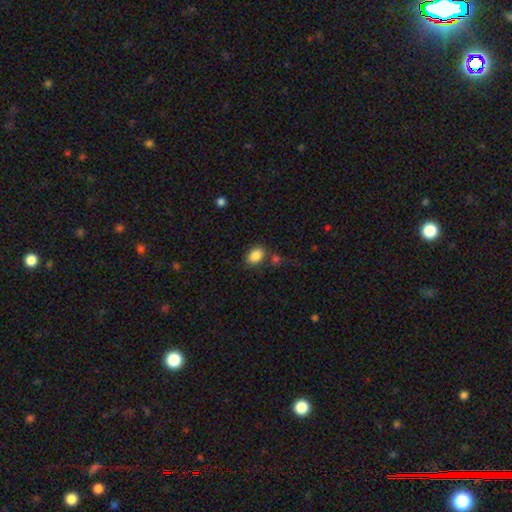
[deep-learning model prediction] This is clearly a smooth galaxy (86%). How rounded: likely in between (80%). Merging: likely none (71%).